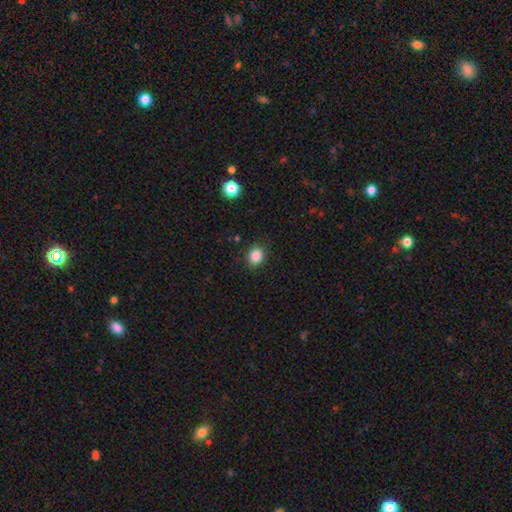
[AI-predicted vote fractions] A smooth galaxy with no disk features (86%) that is round (65%). Merging: none (87%).